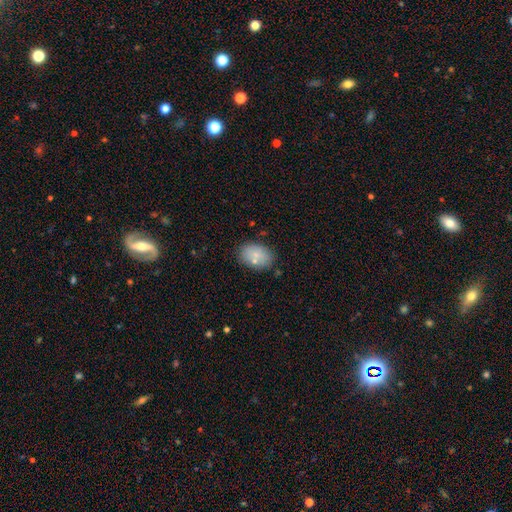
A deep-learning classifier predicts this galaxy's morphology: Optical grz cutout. It shows a smooth galaxy with no disk features (77%) that is in between round and cigar-shaped (84%). Merging: none (75%).